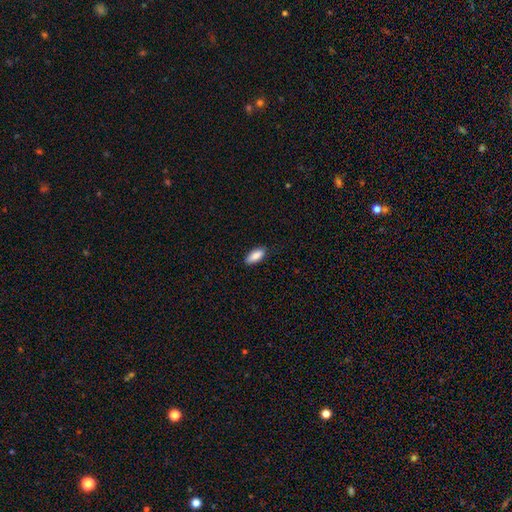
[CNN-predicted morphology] Smooth or featured: smooth — 87% (featured or disk — 7%)
How rounded: in between — 81% (cigar-shaped — 17%)
Merging: none — 85% (minor disturbance — 12%)